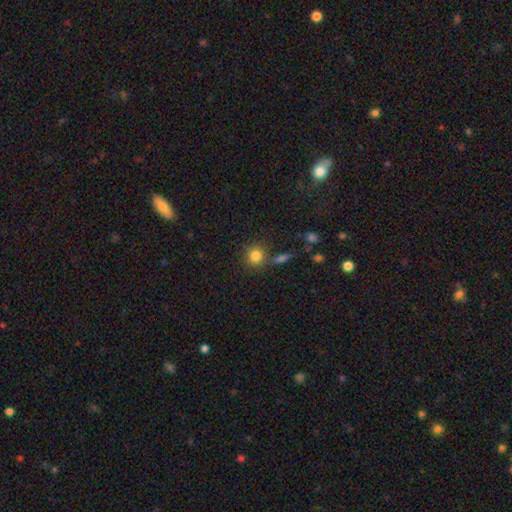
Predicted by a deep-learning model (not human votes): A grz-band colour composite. It shows a smooth galaxy with no disk features (82%) that is round (88%). Merging: none (75%).